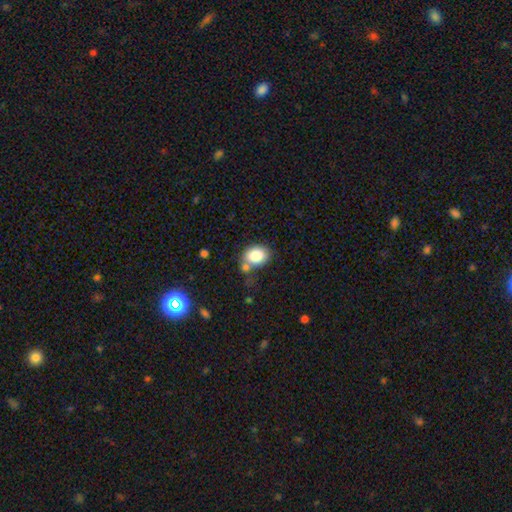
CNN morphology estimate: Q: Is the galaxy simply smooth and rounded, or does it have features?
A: smooth — 81%.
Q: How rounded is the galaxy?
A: in between — 58%.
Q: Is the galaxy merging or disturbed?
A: none — 52%.